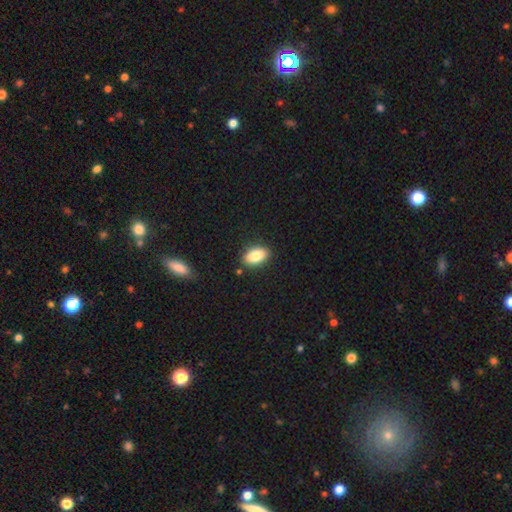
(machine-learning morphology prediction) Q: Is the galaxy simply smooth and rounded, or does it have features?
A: smooth — 82%.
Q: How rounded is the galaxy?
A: in between — 90%.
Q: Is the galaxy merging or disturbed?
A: none — 86%.